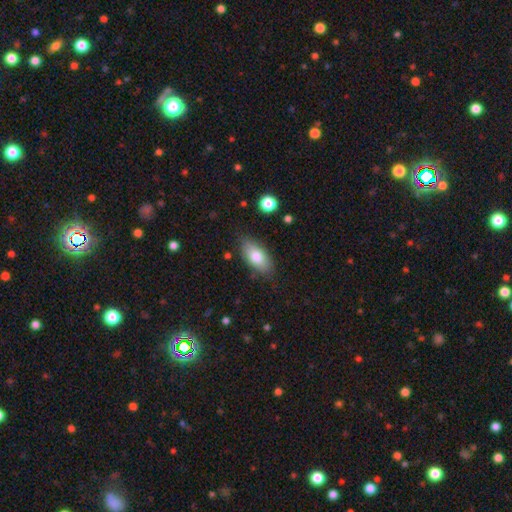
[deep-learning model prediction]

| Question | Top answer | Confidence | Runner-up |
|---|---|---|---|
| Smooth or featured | smooth | 78% | featured or disk (15%) |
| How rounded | in between | 90% | cigar-shaped (7%) |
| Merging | none | 80% | minor disturbance (15%) |